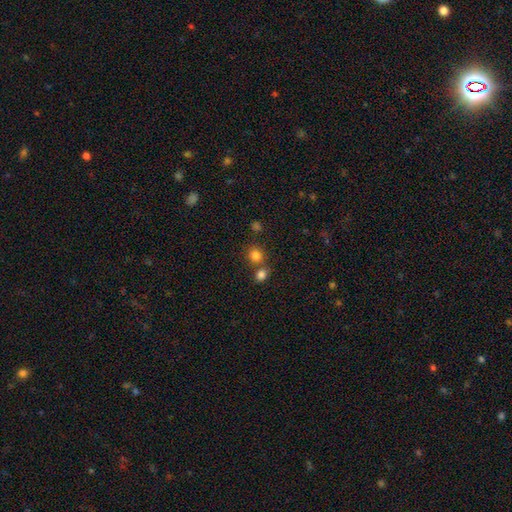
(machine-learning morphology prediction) A smooth galaxy with no disk features (82%) that is round (78%). Merging: none (63%).